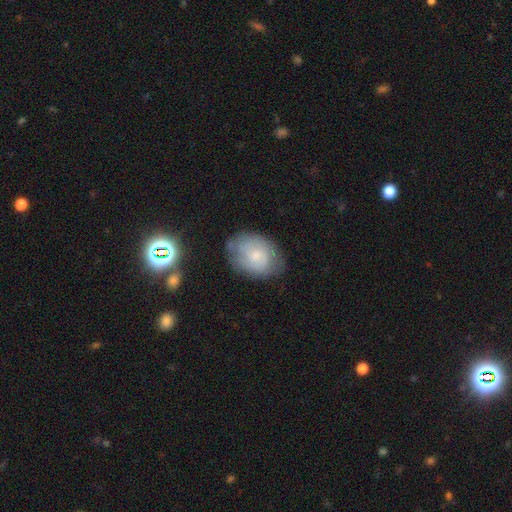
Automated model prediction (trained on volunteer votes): Smooth or featured? featured or disk (47%)
Merging? none (66%)